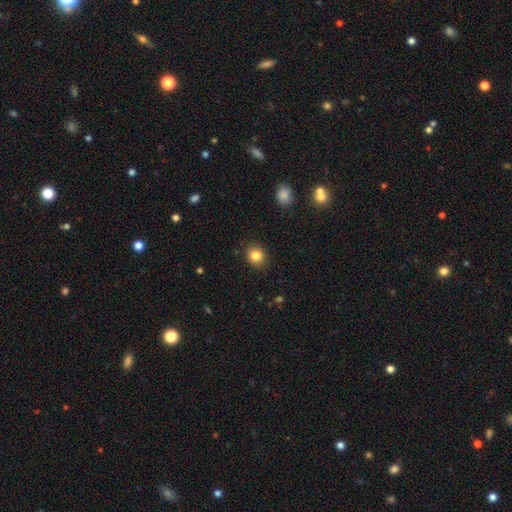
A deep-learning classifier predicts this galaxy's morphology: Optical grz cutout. It shows a smooth galaxy with no disk features (84%) that is round (71%). Merging: none (88%).